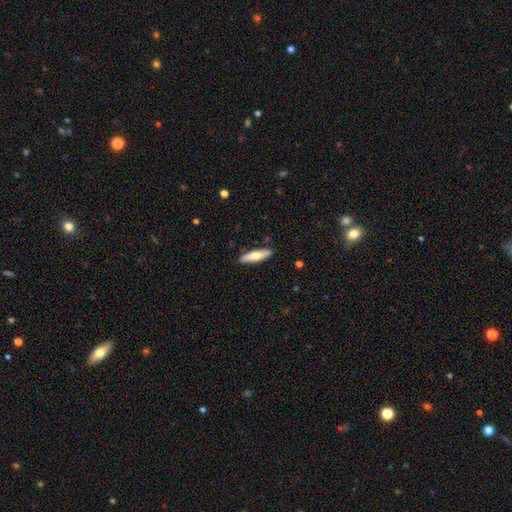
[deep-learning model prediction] Overall: smooth (64%; featured or disk 31%). How rounded: cigar-shaped (69%). Merging: none (88%).